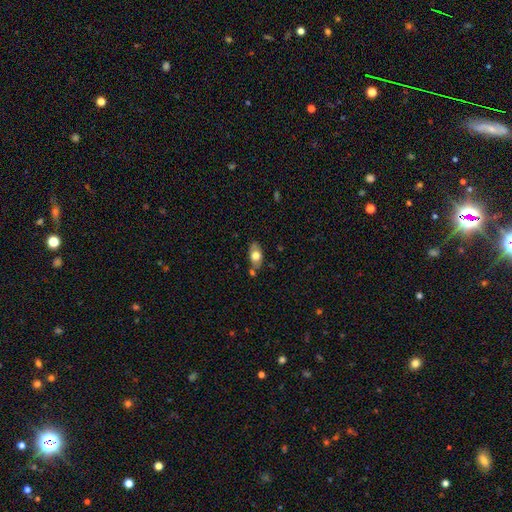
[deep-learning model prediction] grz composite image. It shows a smooth galaxy with no disk features (67%) that is in between round and cigar-shaped (85%). Merging: none (67%).